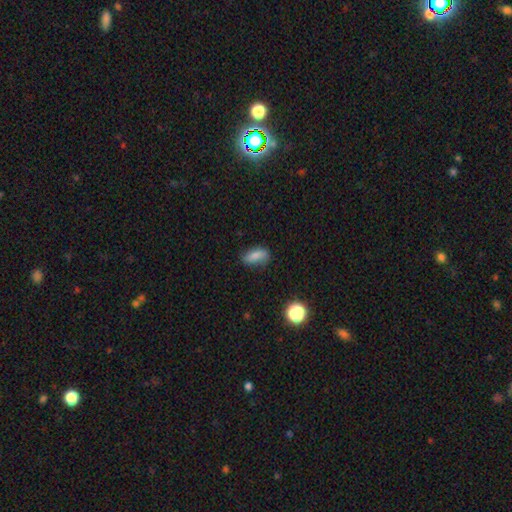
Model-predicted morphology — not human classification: Smooth or featured? smooth (81%)
How rounded? in between (80%)
Merging? none (72%)